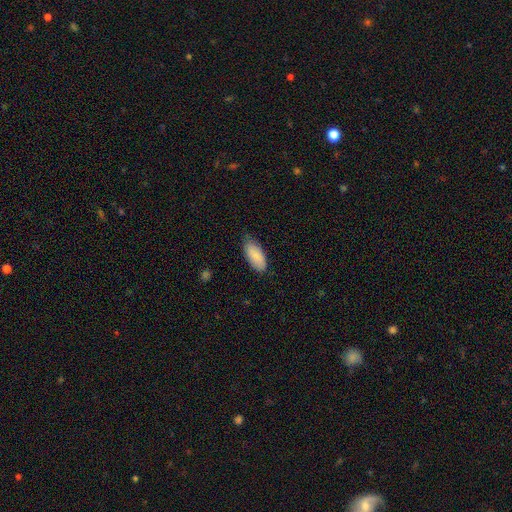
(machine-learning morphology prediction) smooth_or_featured: smooth (p=0.86) [alt: featured or disk p=0.08]
how_rounded: in between (p=0.90) [alt: cigar-shaped p=0.09]
merging: none (p=0.79) [alt: minor disturbance p=0.17]